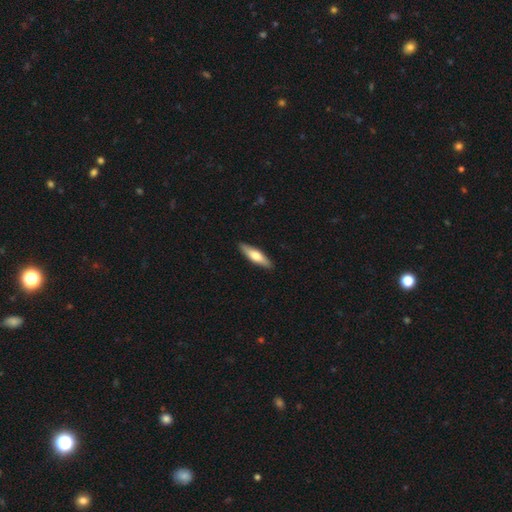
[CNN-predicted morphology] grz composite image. It shows a smooth galaxy with no disk features (59%) that is cigar-shaped (64%). Merging: none (90%).